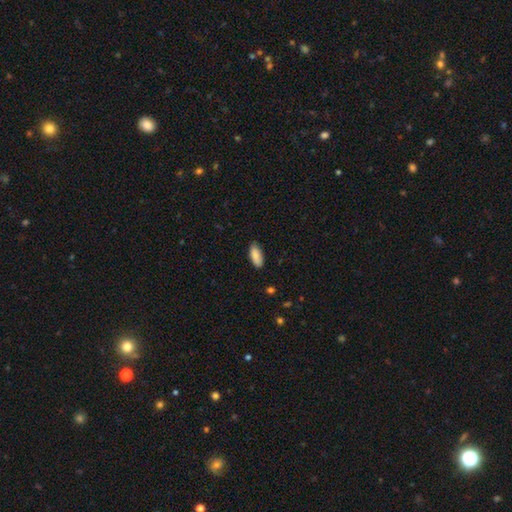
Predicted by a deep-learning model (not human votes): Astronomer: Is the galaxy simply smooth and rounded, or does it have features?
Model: smooth — 89%.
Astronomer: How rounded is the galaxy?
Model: in between — 83%.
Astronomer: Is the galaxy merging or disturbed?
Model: none — 83%.